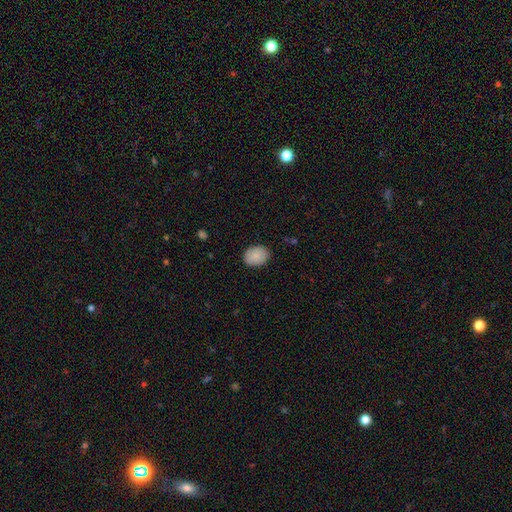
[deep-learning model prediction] smooth 88%, star or artifact 7%, featured or disk 5%. Down the decision tree: how rounded — in between (61%); merging — none (88%).